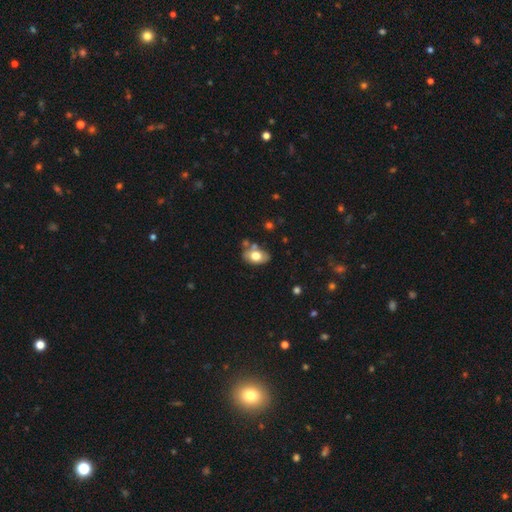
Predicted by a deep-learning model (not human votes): A smooth galaxy with no disk features (71%) that is in between round and cigar-shaped (85%).

Vote fractions:
- Smooth or featured? smooth: 71% / featured or disk: 21% / star or artifact: 8%
- How rounded? in between: 85% / round: 14% / cigar-shaped: 1%
- Merging? none: 62% / minor disturbance: 19% / merger: 14% / major disturbance: 5%